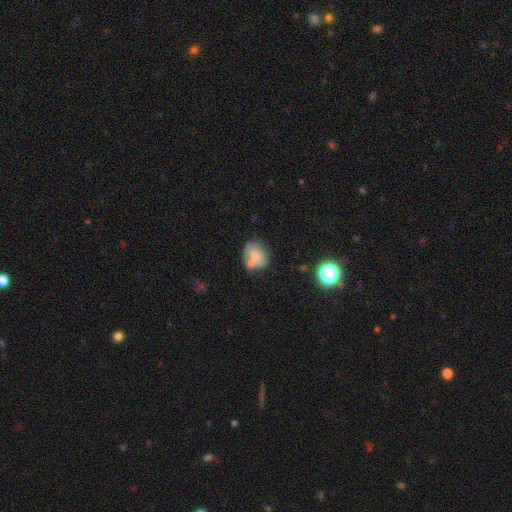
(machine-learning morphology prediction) Smooth or featured: smooth — 61% (featured or disk — 29%)
How rounded: round — 57% (in between — 42%)
Merging: none — 45% (merger — 25%)